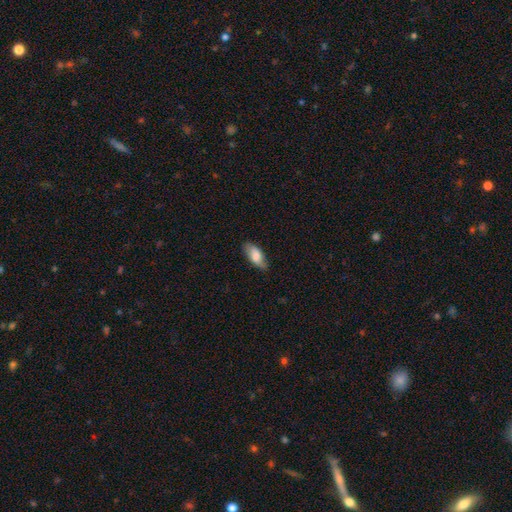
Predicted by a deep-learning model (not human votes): Q: Smooth or featured?
A: smooth (79%); runner-up: featured or disk (15%)
Q: How rounded?
A: in between (82%); runner-up: cigar-shaped (15%)
Q: Merging?
A: none (78%); runner-up: minor disturbance (18%)